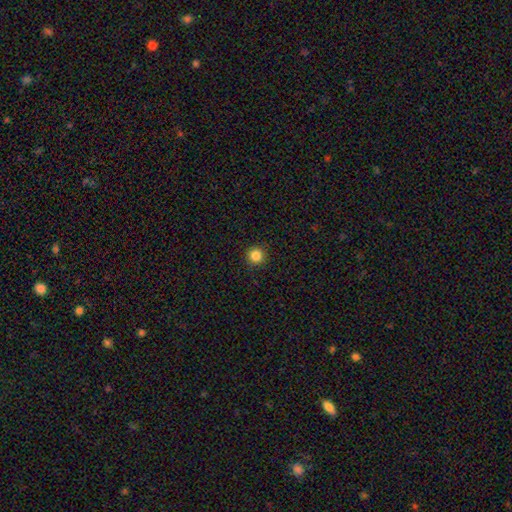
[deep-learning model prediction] Smooth or featured? Predicted: smooth (p=0.85). How rounded? Predicted: round (p=0.96). Merging? Predicted: none (p=0.93).